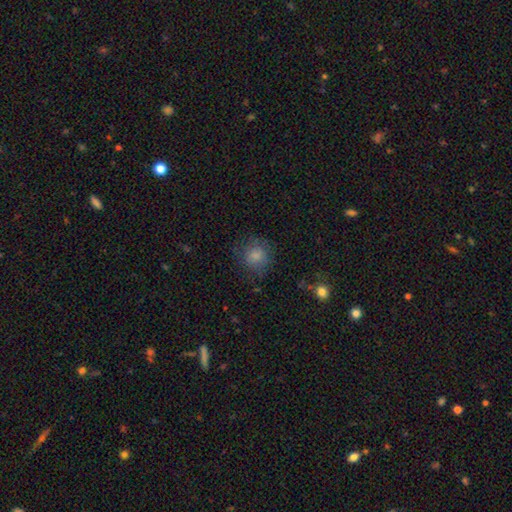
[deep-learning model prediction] Smooth or featured?
  - smooth: 82% *
  - star or artifact: 10%
  - featured or disk: 8%
How rounded?
  - round: 88% *
  - in between: 11%
  - cigar-shaped: 1%
Merging?
  - none: 76% *
  - minor disturbance: 15%
  - major disturbance: 7%
  - merger: 1%